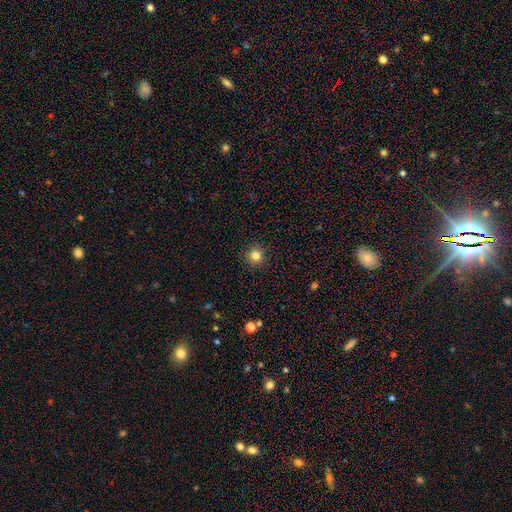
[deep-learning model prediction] Smooth or featured: smooth — 82% (star or artifact — 12%)
How rounded: round — 94% (in between — 5%)
Merging: none — 92% (minor disturbance — 5%)